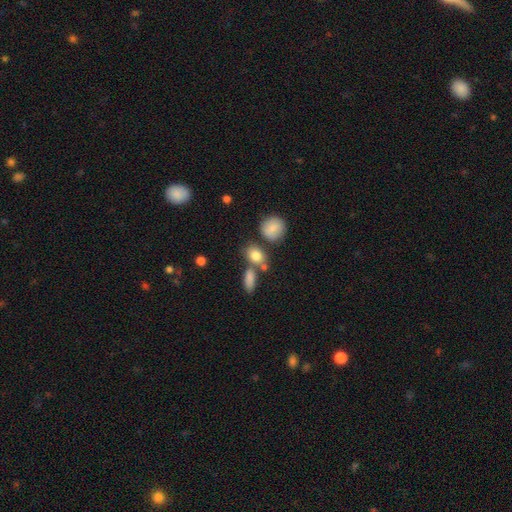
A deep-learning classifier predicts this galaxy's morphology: A smooth galaxy with no disk features (82%) that is in between round and cigar-shaped (61%).

Vote fractions:
- Smooth or featured? smooth: 82% / featured or disk: 9% / star or artifact: 9%
- How rounded? in between: 61% / round: 35% / cigar-shaped: 4%
- Merging? none: 57% / merger: 26% / minor disturbance: 12% / major disturbance: 5%